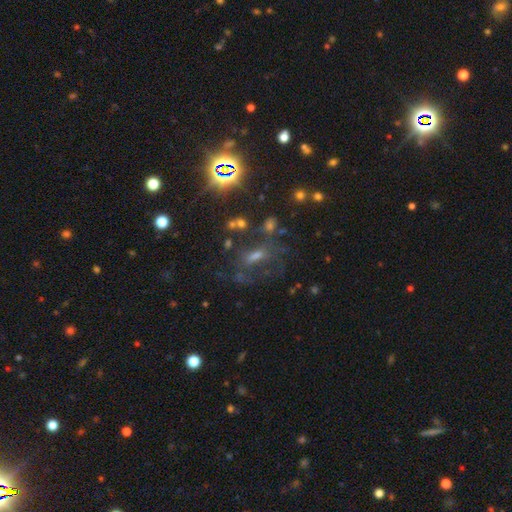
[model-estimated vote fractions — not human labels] Morphology: type=star or artifact (39%).